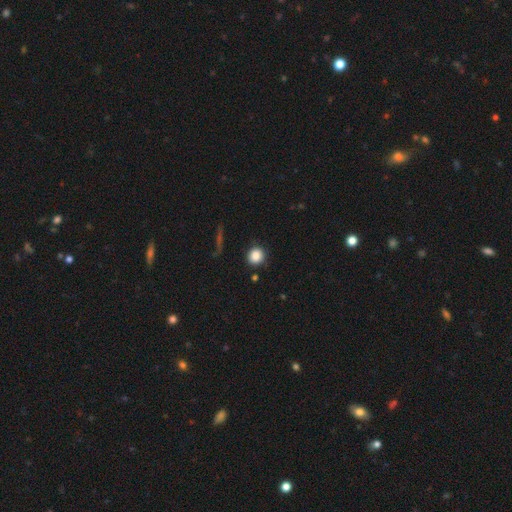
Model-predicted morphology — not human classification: smooth-or-featured: smooth: 86% | star or artifact: 10% | featured or disk: 5%
  how-rounded: round: 91% | in between: 8% | cigar-shaped: 1%
  merging: none: 88% | minor disturbance: 8% | major disturbance: 2% | merger: 2%